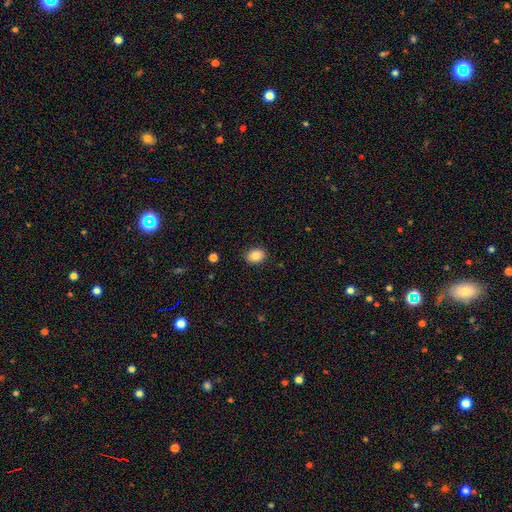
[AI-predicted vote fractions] smooth 85%, star or artifact 8%, featured or disk 6%. Down the decision tree: how rounded — in between (64%); merging — none (89%).